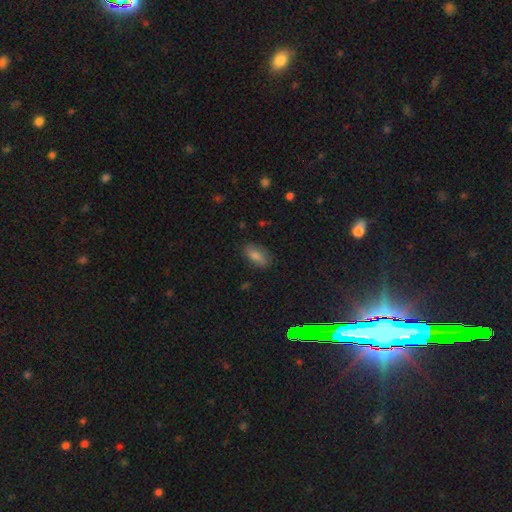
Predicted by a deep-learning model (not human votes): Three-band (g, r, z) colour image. It shows a smooth galaxy with no disk features (73%) that is in between round and cigar-shaped (87%). Merging: none (82%).